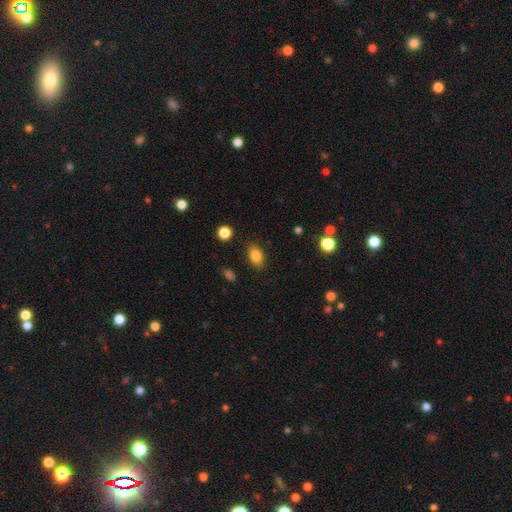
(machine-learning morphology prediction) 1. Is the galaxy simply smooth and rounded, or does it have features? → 83% smooth, 10% star or artifact, 8% featured or disk.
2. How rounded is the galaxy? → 85% in between, 13% round, 2% cigar-shaped.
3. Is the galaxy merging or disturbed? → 85% none, 10% minor disturbance, 3% major disturbance, 2% merger.